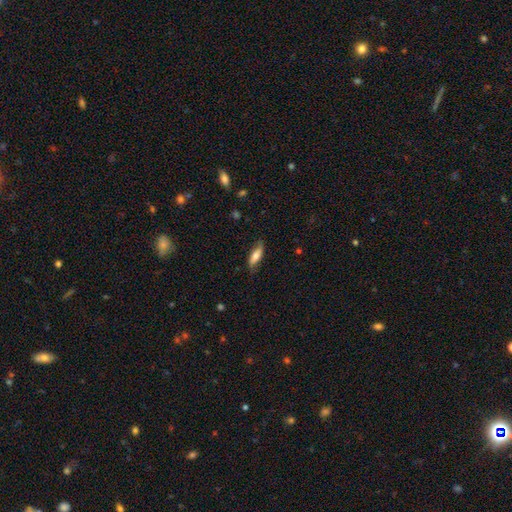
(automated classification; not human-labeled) Smooth or featured: smooth — 60% (featured or disk — 33%)
How rounded: in between — 58% (cigar-shaped — 39%)
Merging: none — 75% (minor disturbance — 20%)